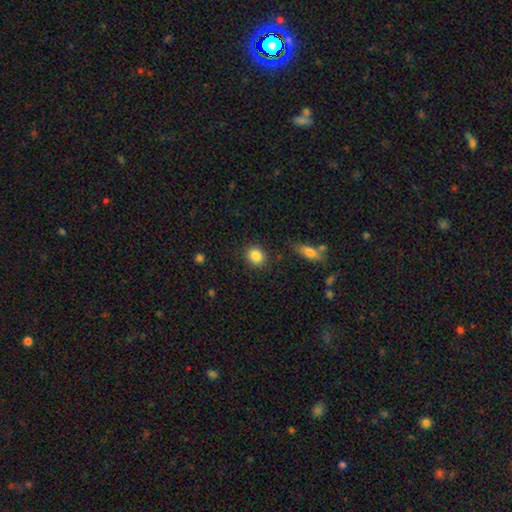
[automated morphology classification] Overall: smooth (86%). How rounded: round (67%; in between 31%). Merging: none (86%).